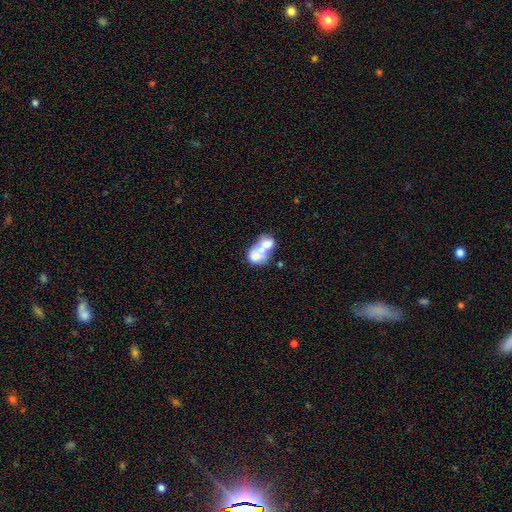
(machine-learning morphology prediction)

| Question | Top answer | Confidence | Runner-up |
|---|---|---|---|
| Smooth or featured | smooth | 54% | featured or disk (37%) |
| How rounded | in between | 69% | round (29%) |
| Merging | merger | 73% | none (13%) |